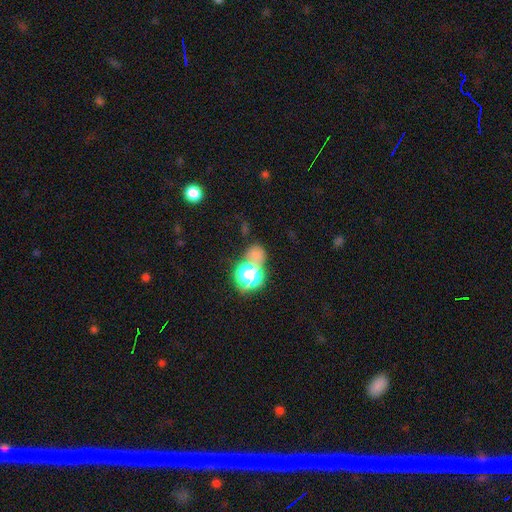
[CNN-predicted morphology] The model was most divided on "smooth or featured": smooth: 52%, star or artifact: 37%, featured or disk: 11%. Remaining: how rounded — round (65%); merging — none (49%).